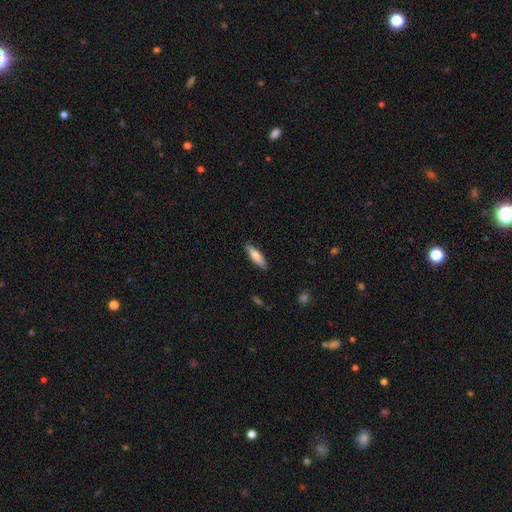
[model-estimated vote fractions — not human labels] Smooth or featured?
  - smooth: 79% *
  - featured or disk: 15%
  - star or artifact: 6%
How rounded?
  - cigar-shaped: 63% *
  - in between: 36%
  - round: 2%
Merging?
  - none: 87% *
  - minor disturbance: 10%
  - major disturbance: 2%
  - merger: 1%